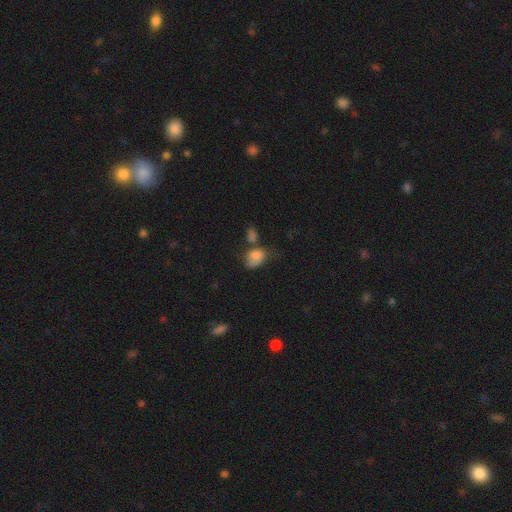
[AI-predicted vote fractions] Smooth or featured? smooth (75%)
How rounded? in between (75%)
Merging? none (28%)